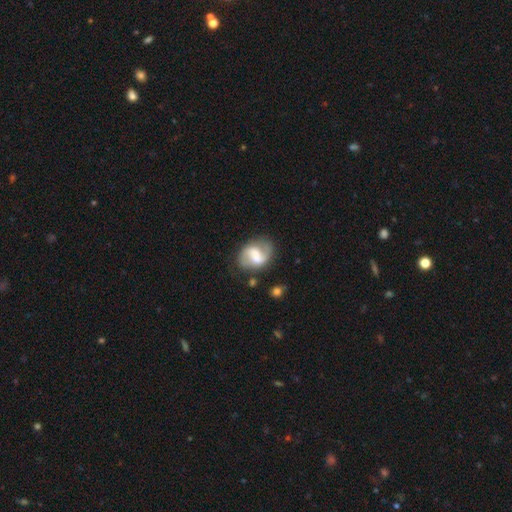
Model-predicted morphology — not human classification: Smooth or featured: featured or disk — 71% (smooth — 23%)
Edge-on disk: no — 98% (yes — 2%)
Bar: weak — 49% (strong — 30%)
Spiral arms: yes — 89% (no — 11%)
Spiral winding: loose — 46% (medium — 41%)
Spiral arm count: 2 — 86% (1 — 6%)
Bulge size: moderate — 32% (none — 23%)
Merging: none — 70% (minor disturbance — 18%)